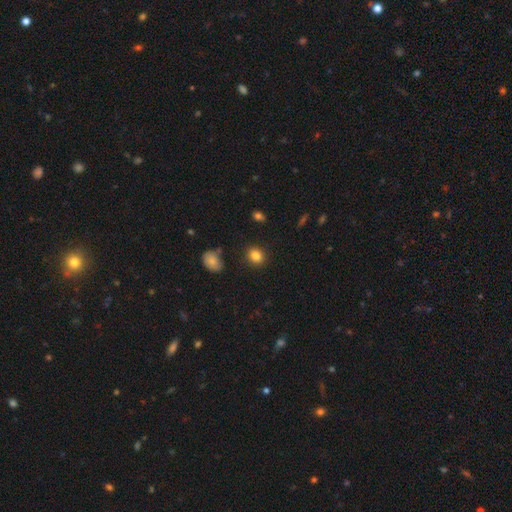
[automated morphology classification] This appears to be a smooth galaxy with no disk features (84%) that is round (68%). Merging: none (88%).